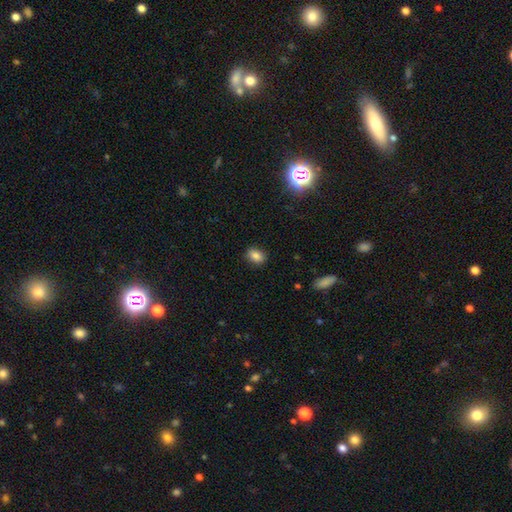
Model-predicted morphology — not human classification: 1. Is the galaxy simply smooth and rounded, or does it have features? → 84% smooth, 10% star or artifact, 6% featured or disk.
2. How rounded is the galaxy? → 71% in between, 27% round, 2% cigar-shaped.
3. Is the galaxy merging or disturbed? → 87% none, 9% minor disturbance, 2% major disturbance, 1% merger.